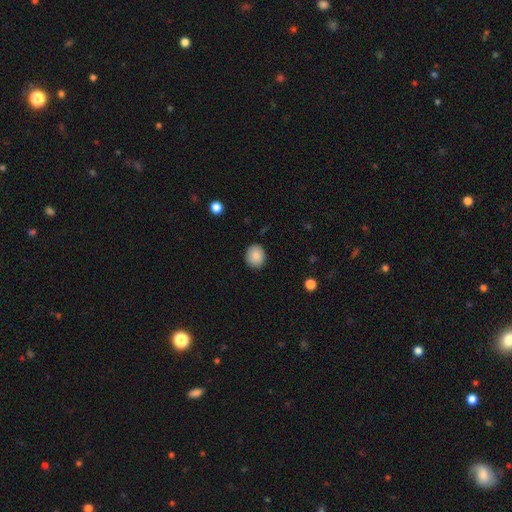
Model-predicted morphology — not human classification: Smooth or featured?
  - smooth: 88% *
  - star or artifact: 8%
  - featured or disk: 4%
How rounded?
  - round: 73% *
  - in between: 26%
  - cigar-shaped: 1%
Merging?
  - none: 88% *
  - minor disturbance: 9%
  - major disturbance: 2%
  - merger: 1%